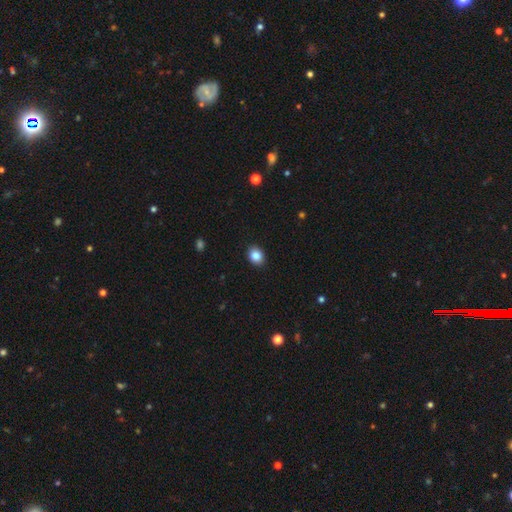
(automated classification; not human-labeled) The model was most divided on "how rounded": in between: 54%, round: 45%, cigar-shaped: 1%. More confident: merging — none (91%); smooth or featured — smooth (86%).